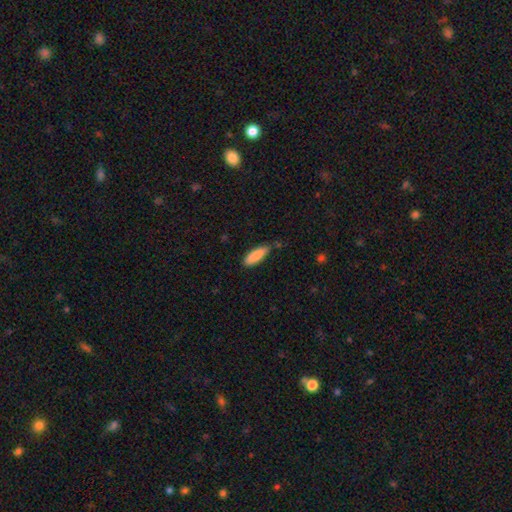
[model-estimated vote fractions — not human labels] Smooth or featured: smooth — 86% (featured or disk — 7%)
How rounded: in between — 51% (cigar-shaped — 47%)
Merging: none — 67% (minor disturbance — 26%)